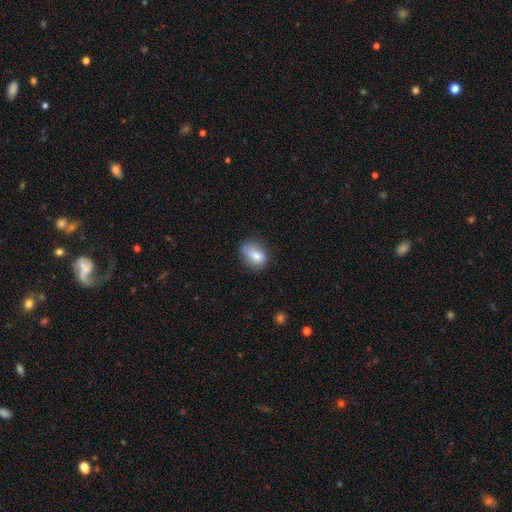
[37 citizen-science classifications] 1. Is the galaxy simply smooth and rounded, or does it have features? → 84% smooth, 11% featured or disk, 5% star or artifact.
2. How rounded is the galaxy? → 74% in between, 26% round, 0% cigar-shaped.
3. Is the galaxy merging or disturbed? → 49% none (tied), 49% minor disturbance (tied), 3% major disturbance, 0% merger.